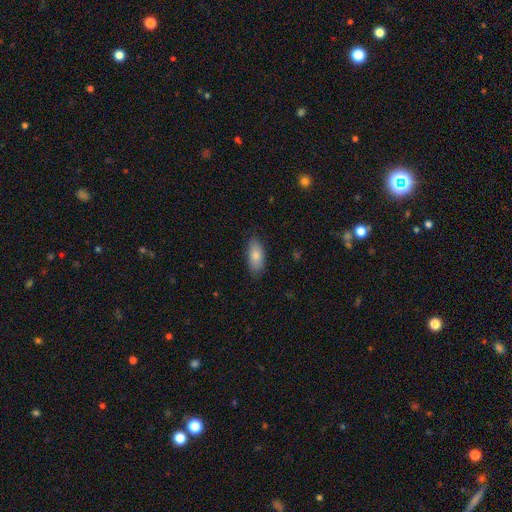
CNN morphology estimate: Smooth or featured? Predicted: smooth (p=0.84). How rounded? Predicted: in between (p=0.87). Merging? Predicted: none (p=0.85).